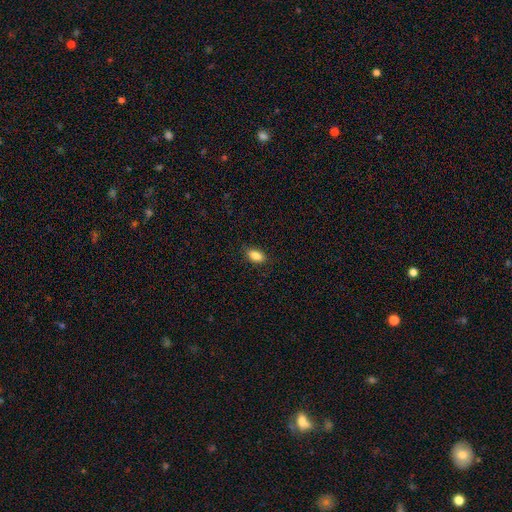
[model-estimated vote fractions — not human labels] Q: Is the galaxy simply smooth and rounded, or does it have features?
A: smooth — 86%.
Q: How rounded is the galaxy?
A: in between — 89%.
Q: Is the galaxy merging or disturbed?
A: none — 87%.